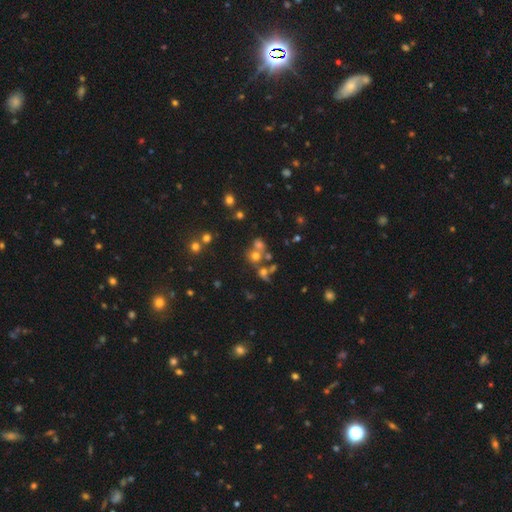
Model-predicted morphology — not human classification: A smooth galaxy with no disk features (58%) that is round (82%). Merging: none (46%).